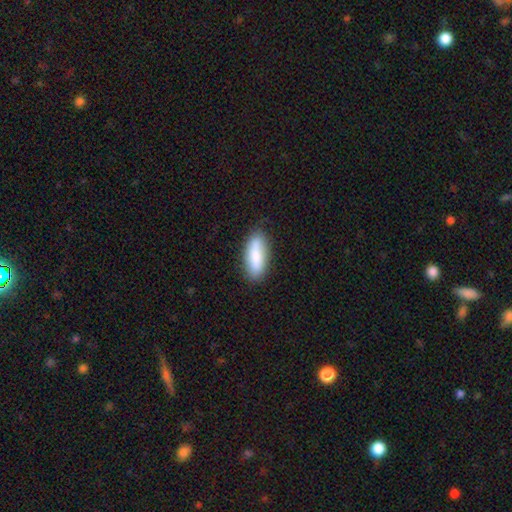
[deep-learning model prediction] smooth_or_featured: smooth (p=0.82) [alt: featured or disk p=0.13]
how_rounded: in between (p=0.62) [alt: cigar-shaped p=0.36]
merging: none (p=0.81) [alt: minor disturbance p=0.14]